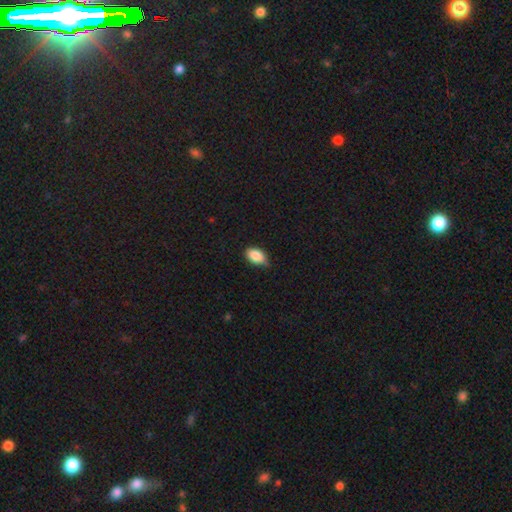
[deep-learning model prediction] Smooth or featured?
  - smooth: 87% *
  - star or artifact: 7%
  - featured or disk: 5%
How rounded?
  - in between: 90% *
  - round: 8%
  - cigar-shaped: 2%
Merging?
  - none: 67% *
  - minor disturbance: 29%
  - major disturbance: 3%
  - merger: 1%